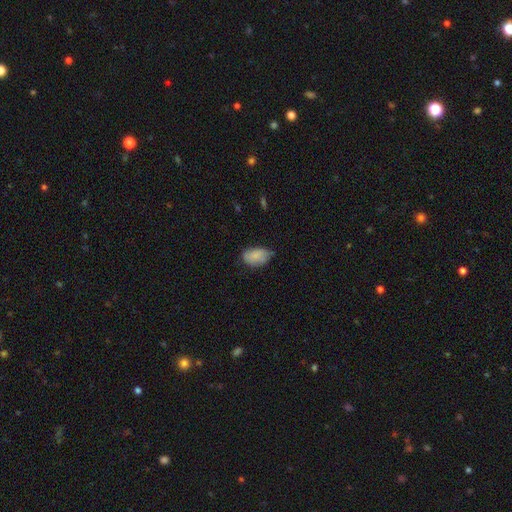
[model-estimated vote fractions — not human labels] Q: Smooth or featured?
A: smooth (83%); runner-up: featured or disk (9%)
Q: How rounded?
A: in between (91%); runner-up: round (8%)
Q: Merging?
A: none (57%); runner-up: minor disturbance (35%)